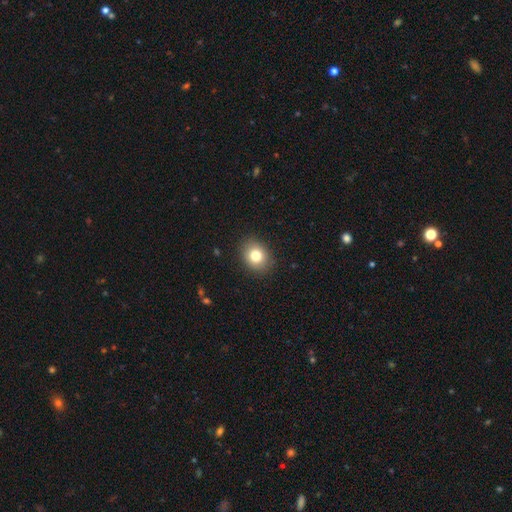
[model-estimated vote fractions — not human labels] smooth-or-featured: smooth: 81% | star or artifact: 10% | featured or disk: 9%
  how-rounded: round: 59% | in between: 41% | cigar-shaped: 1%
  merging: none: 88% | minor disturbance: 9% | major disturbance: 2% | merger: 1%